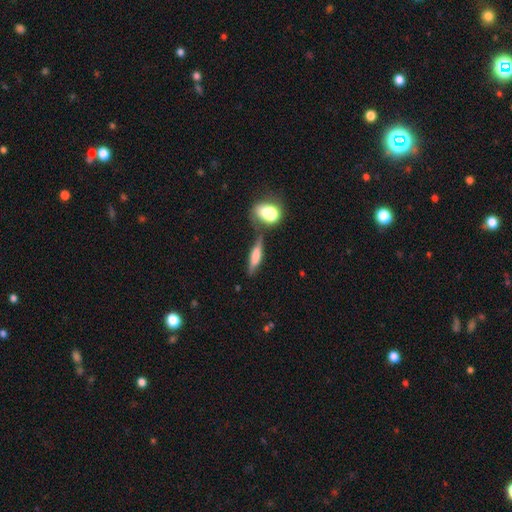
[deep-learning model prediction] Morphology: type=smooth (62%); roundness=cigar-shaped (59%); merging=none (60%).